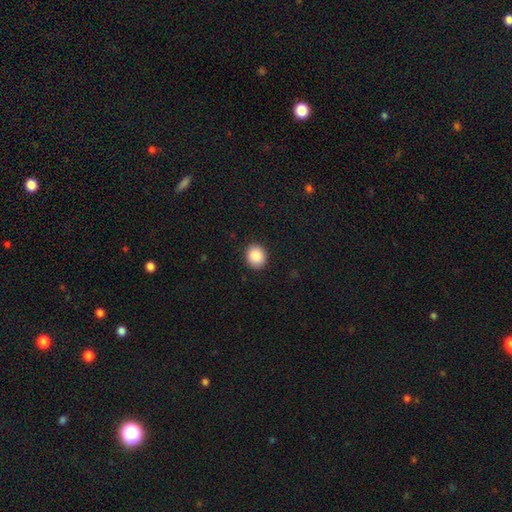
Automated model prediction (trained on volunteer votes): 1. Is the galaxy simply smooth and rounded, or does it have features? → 89% smooth, 8% star or artifact, 3% featured or disk.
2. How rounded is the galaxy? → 70% round, 29% in between, 1% cigar-shaped.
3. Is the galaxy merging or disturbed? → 90% none, 7% minor disturbance, 2% major disturbance, 1% merger.